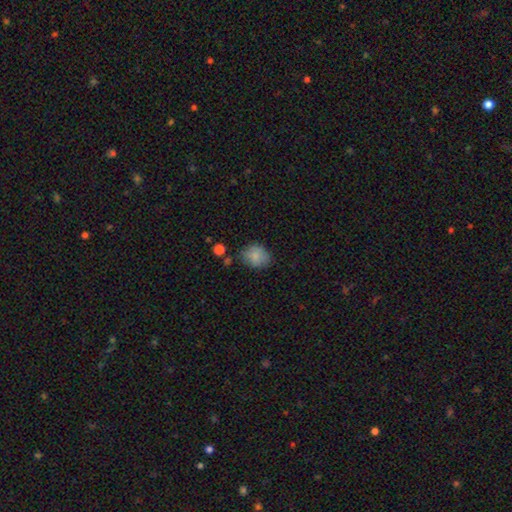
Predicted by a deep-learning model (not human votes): This appears to be a smooth galaxy with no disk features (82%) that is round (52%). Merging: none (68%).